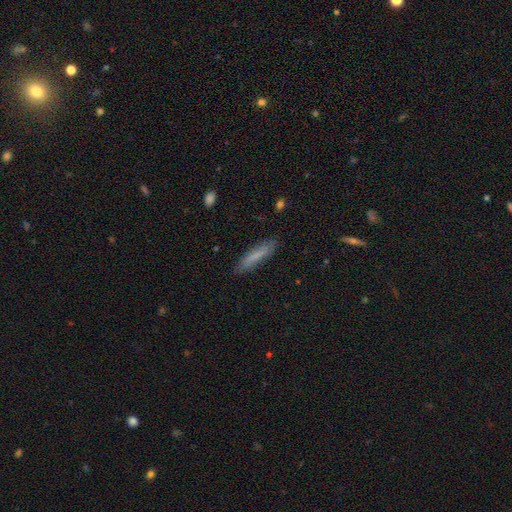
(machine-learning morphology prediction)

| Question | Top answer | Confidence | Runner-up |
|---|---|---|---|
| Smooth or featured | smooth | 74% | featured or disk (19%) |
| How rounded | cigar-shaped | 87% | in between (12%) |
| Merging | none | 84% | minor disturbance (13%) |